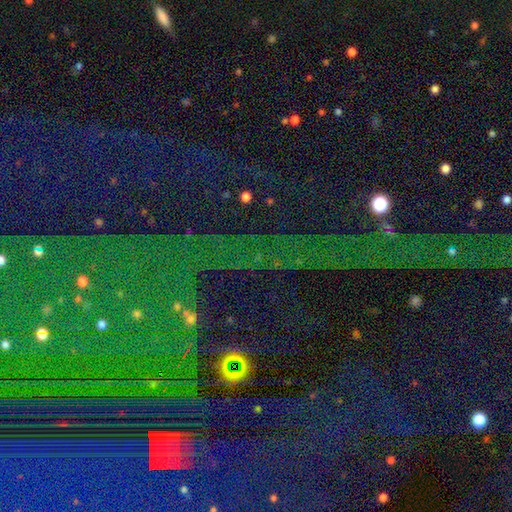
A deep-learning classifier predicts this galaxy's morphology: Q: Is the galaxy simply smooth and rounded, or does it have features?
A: star or artifact — 81%.